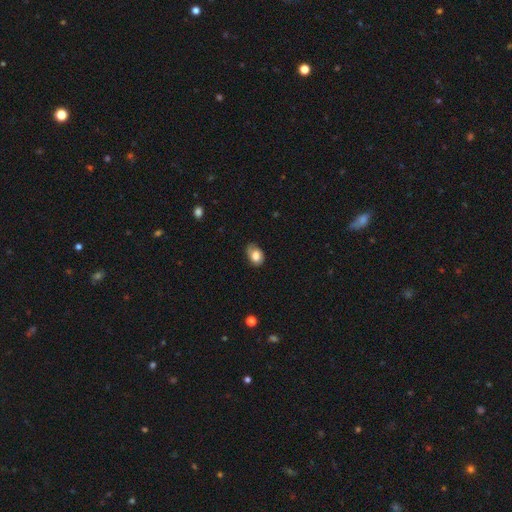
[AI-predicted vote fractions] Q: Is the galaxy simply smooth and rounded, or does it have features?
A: smooth — 75%.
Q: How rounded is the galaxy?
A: in between — 78%.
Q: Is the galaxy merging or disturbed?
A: none — 58%.